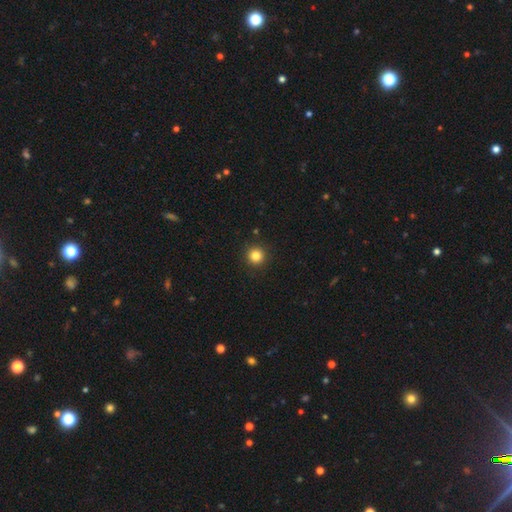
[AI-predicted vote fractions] Smooth or featured?
  - smooth: 84% *
  - star or artifact: 12%
  - featured or disk: 4%
How rounded?
  - round: 96% *
  - in between: 3%
  - cigar-shaped: 1%
Merging?
  - none: 92% *
  - minor disturbance: 5%
  - major disturbance: 2%
  - merger: 1%